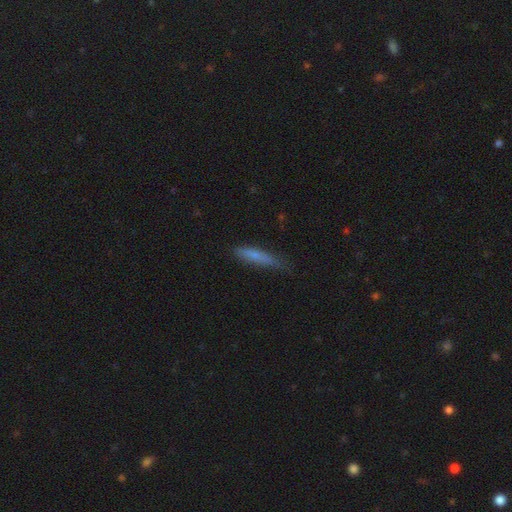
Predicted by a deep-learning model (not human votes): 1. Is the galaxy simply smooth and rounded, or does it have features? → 73% smooth, 19% featured or disk, 8% star or artifact.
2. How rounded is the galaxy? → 85% cigar-shaped, 14% in between, 2% round.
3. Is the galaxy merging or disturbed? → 67% none, 25% minor disturbance, 5% major disturbance, 2% merger.